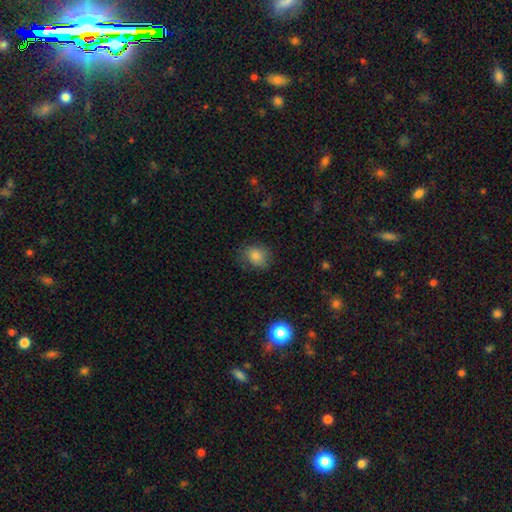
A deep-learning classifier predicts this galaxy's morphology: smooth 80%, star or artifact 12%, featured or disk 8%. Down the decision tree: how rounded — round (62%); merging — none (73%).